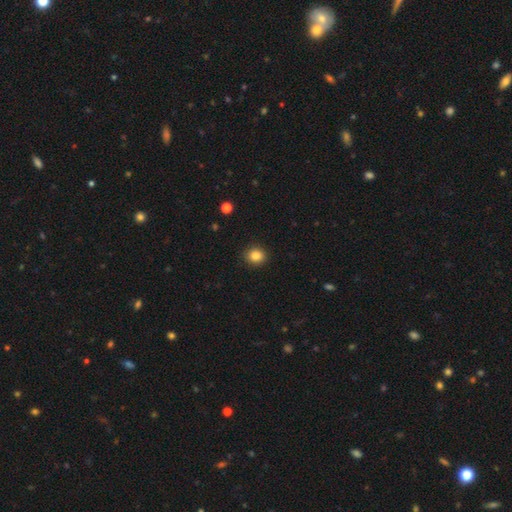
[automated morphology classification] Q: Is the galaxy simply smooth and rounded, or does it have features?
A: smooth — 85%.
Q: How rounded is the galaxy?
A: round — 78%.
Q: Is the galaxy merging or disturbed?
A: none — 91%.